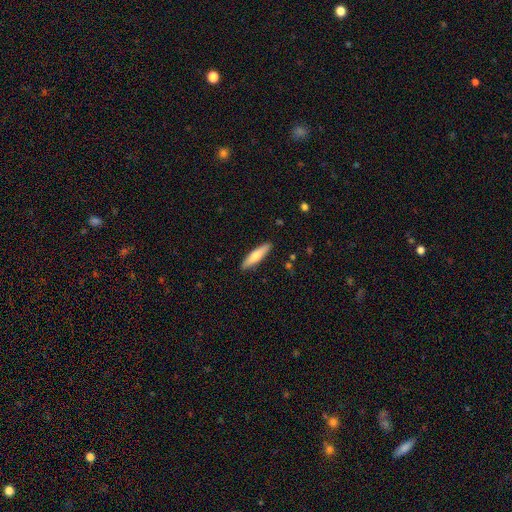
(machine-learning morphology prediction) A smooth galaxy with no disk features (65%) that is cigar-shaped (77%).

Vote fractions:
- Smooth or featured? smooth: 65% / featured or disk: 30% / star or artifact: 5%
- How rounded? cigar-shaped: 77% / in between: 22% / round: 2%
- Merging? none: 90% / minor disturbance: 7% / major disturbance: 2% / merger: 1%